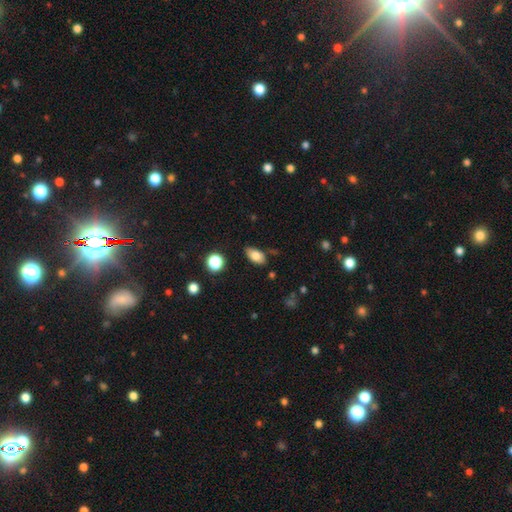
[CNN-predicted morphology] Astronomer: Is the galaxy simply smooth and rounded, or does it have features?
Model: smooth — 79%.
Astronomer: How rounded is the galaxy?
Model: in between — 90%.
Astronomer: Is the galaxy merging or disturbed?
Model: none — 78%.